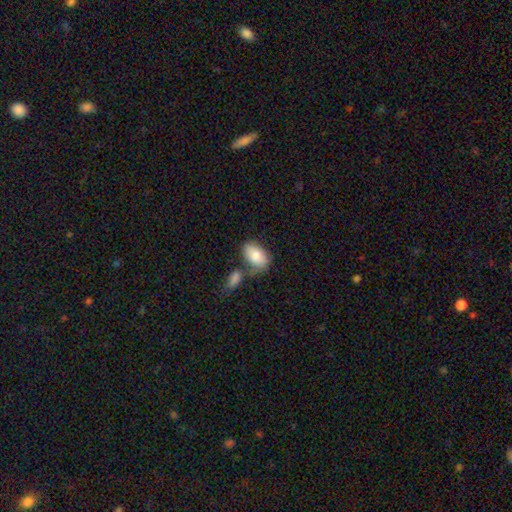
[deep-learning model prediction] A smooth galaxy with no disk features (80%) that is in between round and cigar-shaped (91%).

Vote fractions:
- Smooth or featured? smooth: 80% / featured or disk: 14% / star or artifact: 6%
- How rounded? in between: 91% / round: 7% / cigar-shaped: 2%
- Merging? none: 47% / merger: 28% / minor disturbance: 18% / major disturbance: 7%